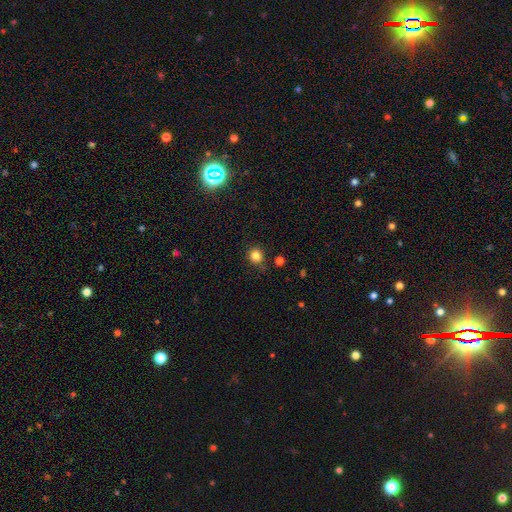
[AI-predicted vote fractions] Smooth or featured: smooth — 82% (star or artifact — 13%)
How rounded: round — 89% (in between — 10%)
Merging: none — 81% (minor disturbance — 12%)